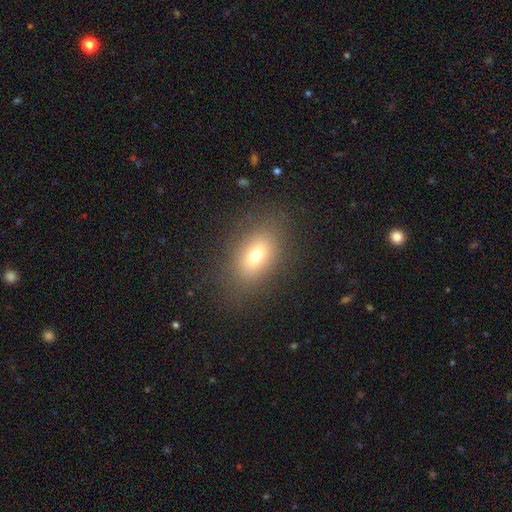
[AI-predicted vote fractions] Smooth or featured: smooth — 71% (featured or disk — 16%)
How rounded: in between — 79% (round — 19%)
Merging: none — 83% (minor disturbance — 11%)